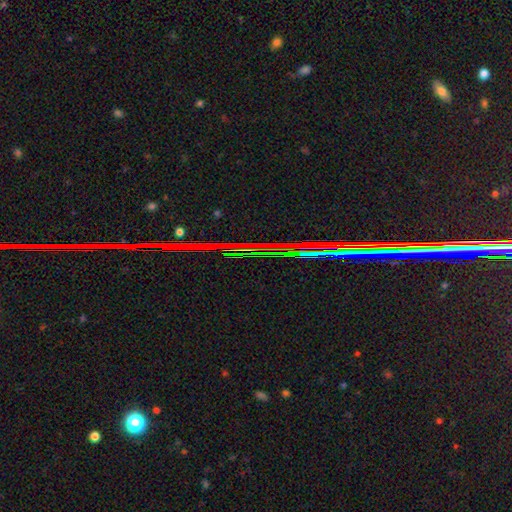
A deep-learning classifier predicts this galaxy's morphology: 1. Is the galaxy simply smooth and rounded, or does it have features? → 84% star or artifact, 8% featured or disk, 7% smooth.